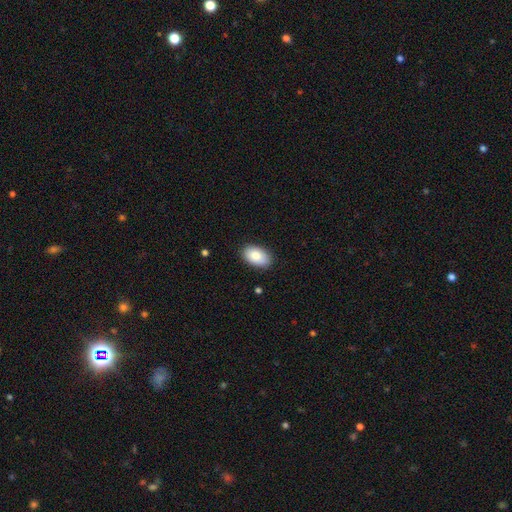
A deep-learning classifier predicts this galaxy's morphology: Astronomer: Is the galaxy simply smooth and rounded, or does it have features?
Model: smooth — 83%.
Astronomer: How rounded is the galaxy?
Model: in between — 92%.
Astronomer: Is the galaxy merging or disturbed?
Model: none — 87%.